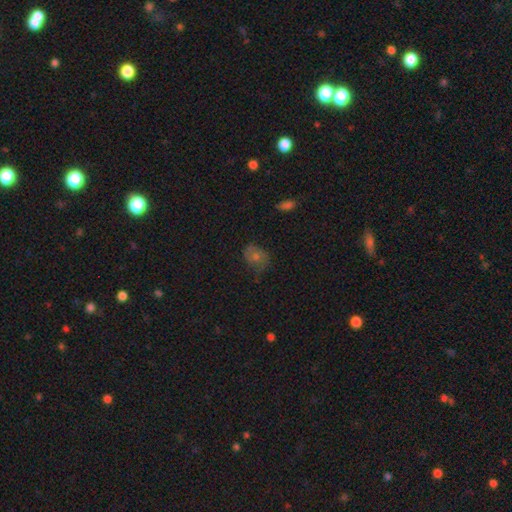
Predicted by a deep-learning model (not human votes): Smooth or featured? smooth (46%)
Merging? none (61%)